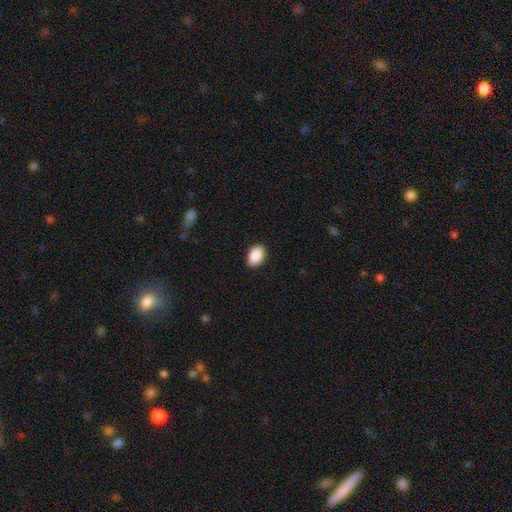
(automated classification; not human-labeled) Smooth or featured? smooth (90%)
How rounded? in between (88%)
Merging? none (90%)